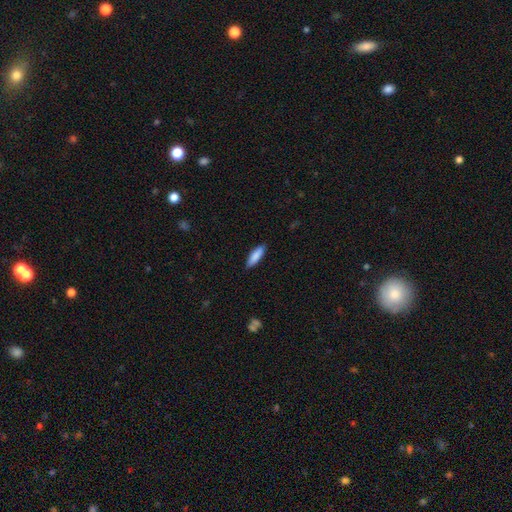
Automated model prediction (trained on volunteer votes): Morphology: type=smooth (86%); roundness=cigar-shaped (53%); merging=none (87%).